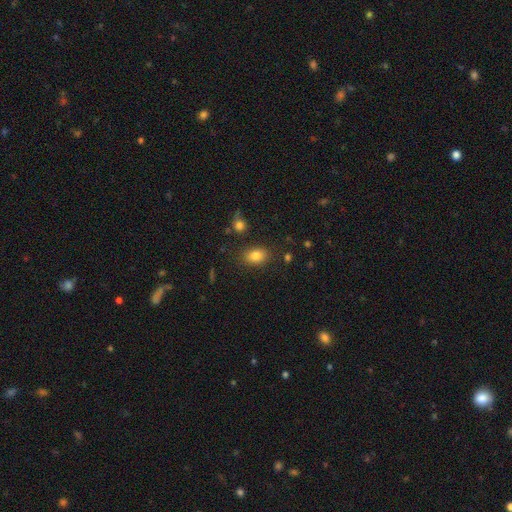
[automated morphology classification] type=smooth (82%); roundness=in between (78%); merging=none (82%).